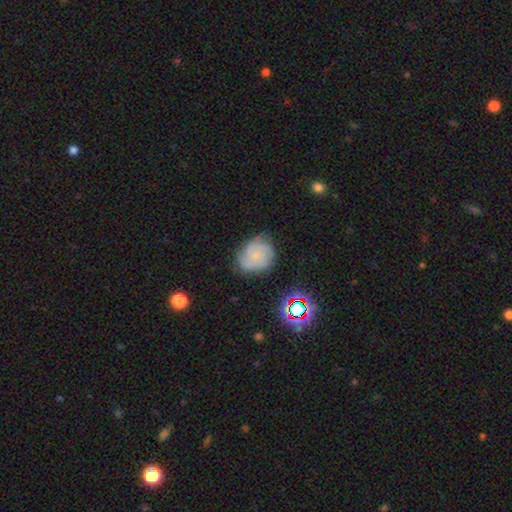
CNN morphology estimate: The model was most divided on "spiral arm count": 3: 38%, can't tell: 25%, 2: 17%, 4: 10%, 1: 5%, more than 4: 5%. More confident: edge-on disk — no (98%); spiral arms — yes (93%); bar — no (78%); merging — none (67%); bulge size — small (66%); smooth or featured — featured or disk (64%); spiral winding — tight (57%).